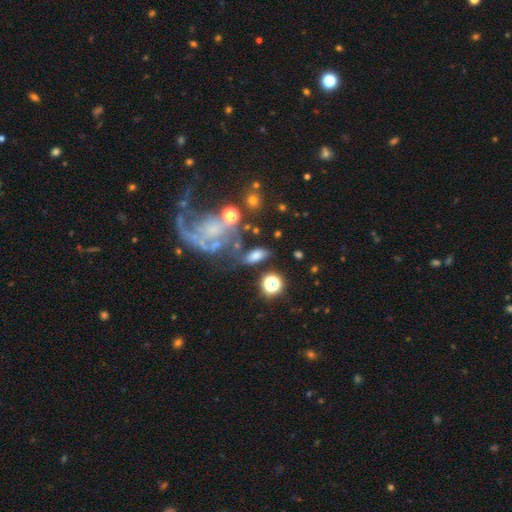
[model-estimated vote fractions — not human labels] Smooth or featured?
  - smooth: 66% *
  - featured or disk: 20%
  - star or artifact: 14%
How rounded?
  - in between: 80% *
  - round: 11%
  - cigar-shaped: 9%
Merging?
  - none: 57% *
  - minor disturbance: 19%
  - merger: 13%
  - major disturbance: 12%